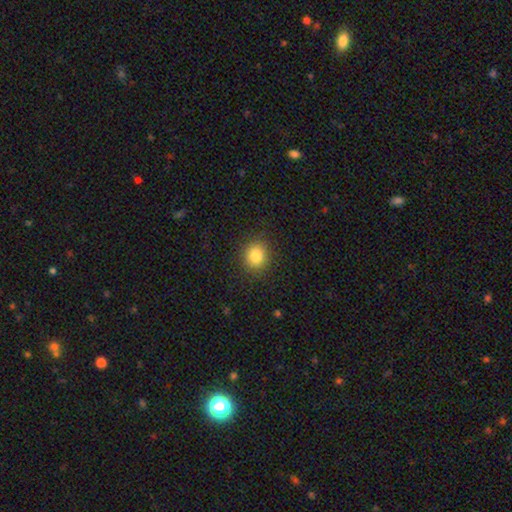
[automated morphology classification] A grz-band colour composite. It shows a smooth galaxy with no disk features (83%) that is round (76%). Merging: none (89%).